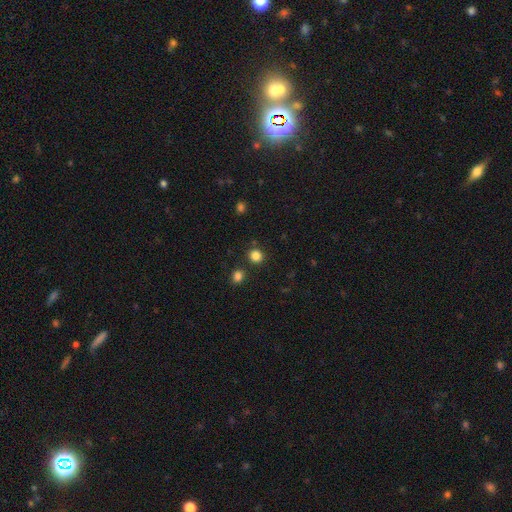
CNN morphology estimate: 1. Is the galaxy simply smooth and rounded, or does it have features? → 83% smooth, 13% star or artifact, 4% featured or disk.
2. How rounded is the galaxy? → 88% round, 11% in between, 1% cigar-shaped.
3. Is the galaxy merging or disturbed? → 85% none, 7% minor disturbance, 6% merger, 2% major disturbance.